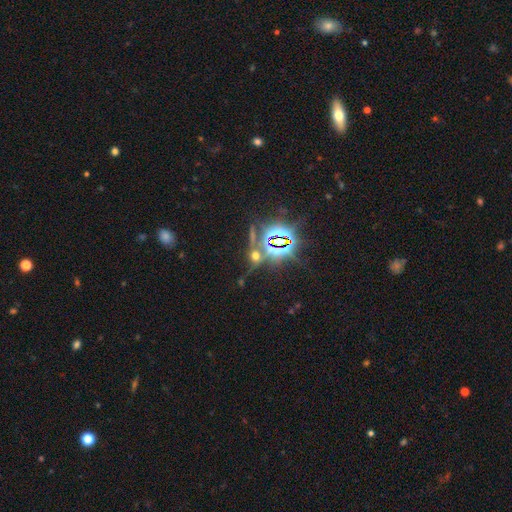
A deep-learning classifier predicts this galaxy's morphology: Smooth or featured? star or artifact (62%)